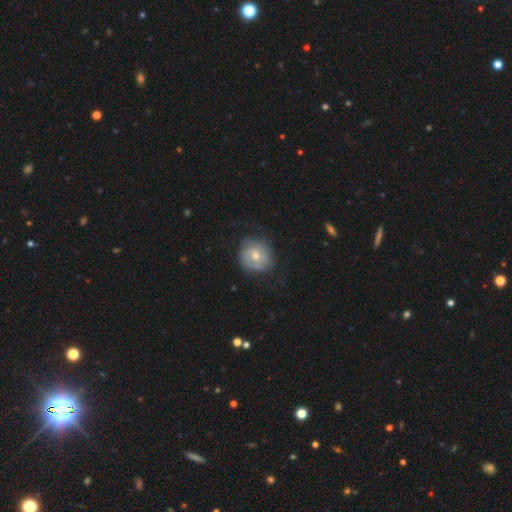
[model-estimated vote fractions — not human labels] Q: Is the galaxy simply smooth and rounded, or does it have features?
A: featured or disk — 55%.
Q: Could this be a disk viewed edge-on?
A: no — 97%.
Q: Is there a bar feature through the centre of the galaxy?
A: no — 70%.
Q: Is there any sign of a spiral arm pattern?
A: yes — 76%.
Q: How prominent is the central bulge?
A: moderate — 64%.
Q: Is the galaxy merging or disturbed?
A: none — 66%.